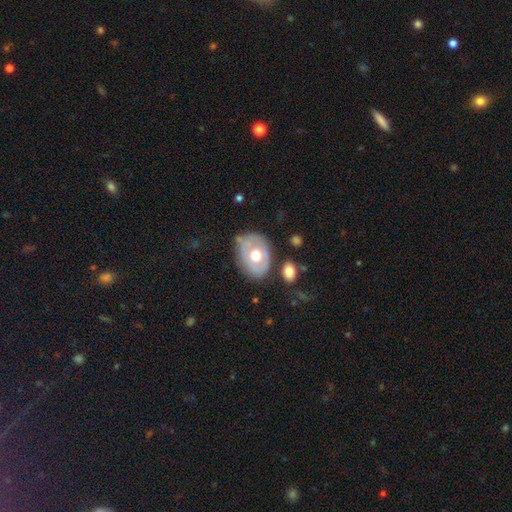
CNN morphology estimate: Smooth or featured: smooth — 47% (tied with featured or disk — 47%)
Merging: none — 66% (minor disturbance — 22%)